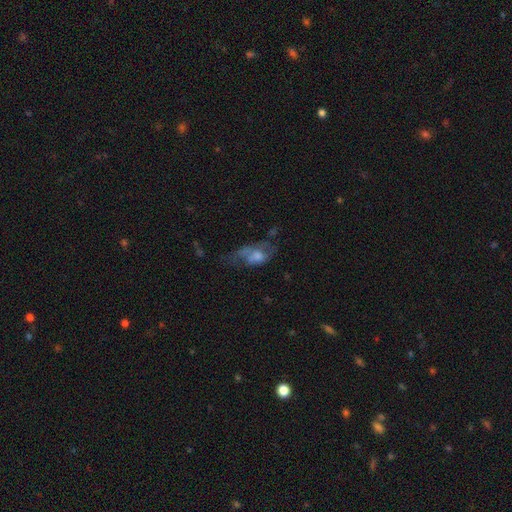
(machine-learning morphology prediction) Smooth or featured: smooth — 47% (featured or disk — 44%)
Merging: major disturbance — 42% (none — 24%)